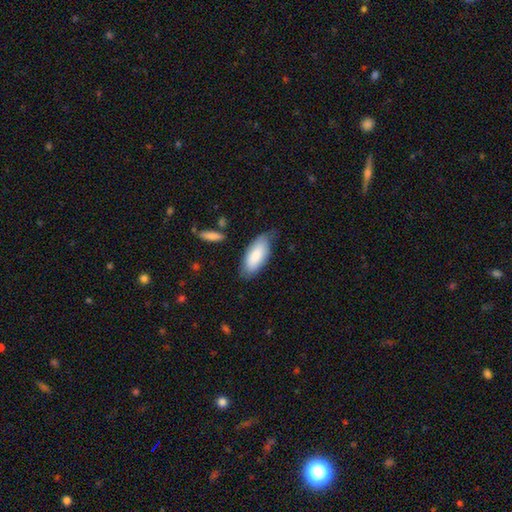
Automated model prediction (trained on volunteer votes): Morphology: type=smooth (82%); roundness=in between (86%); merging=none (68%).